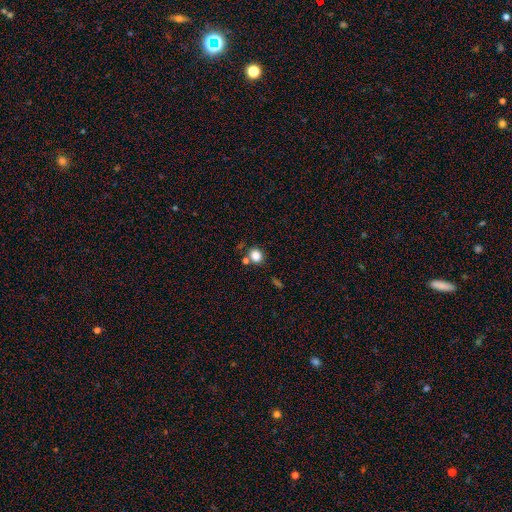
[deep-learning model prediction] smooth 83%, star or artifact 12%, featured or disk 5%. Down the decision tree: how rounded — round (64%); merging — none (68%).